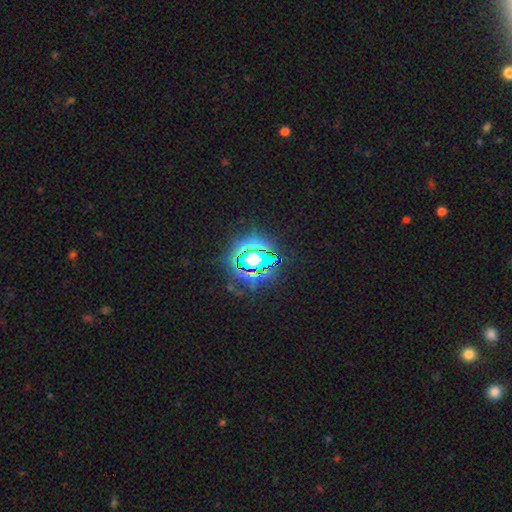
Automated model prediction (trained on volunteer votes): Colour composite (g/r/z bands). It shows a star or artifact, not a galaxy (79%).